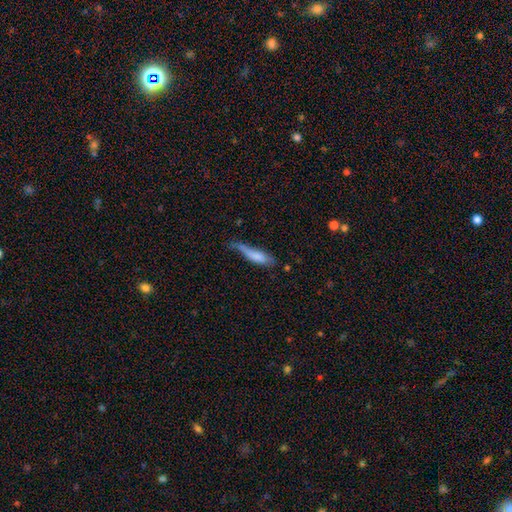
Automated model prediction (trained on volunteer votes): Smooth or featured? Predicted: smooth (p=0.74). How rounded? Predicted: cigar-shaped (p=0.68). Merging? Predicted: minor disturbance (p=0.39).